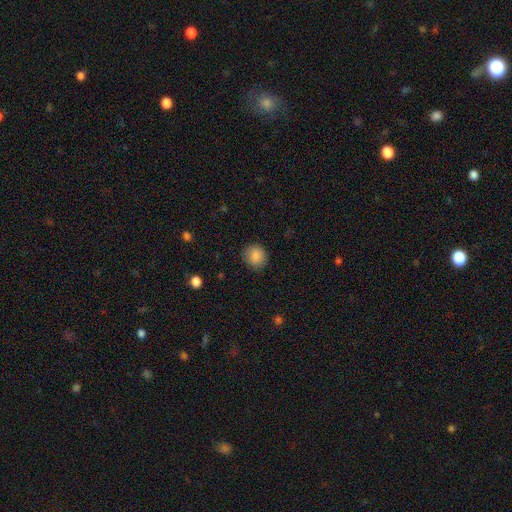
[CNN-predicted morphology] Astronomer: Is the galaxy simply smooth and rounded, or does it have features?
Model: smooth — 87%.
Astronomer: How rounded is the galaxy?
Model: round — 84%.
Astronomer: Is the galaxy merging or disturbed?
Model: none — 87%.